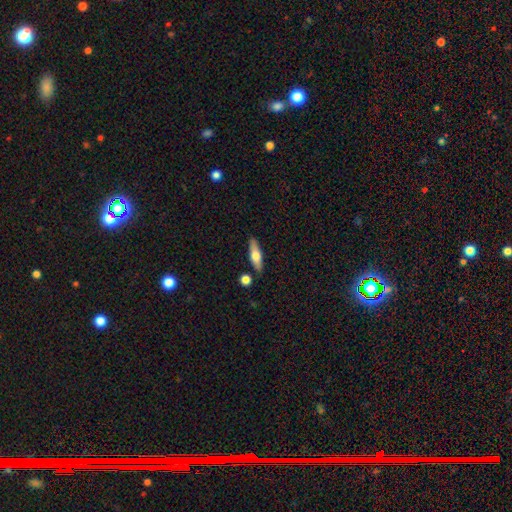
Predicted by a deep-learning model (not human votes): Q: Smooth or featured?
A: smooth (54%); runner-up: featured or disk (40%)
Q: How rounded?
A: cigar-shaped (58%); runner-up: in between (39%)
Q: Merging?
A: none (84%); runner-up: minor disturbance (9%)